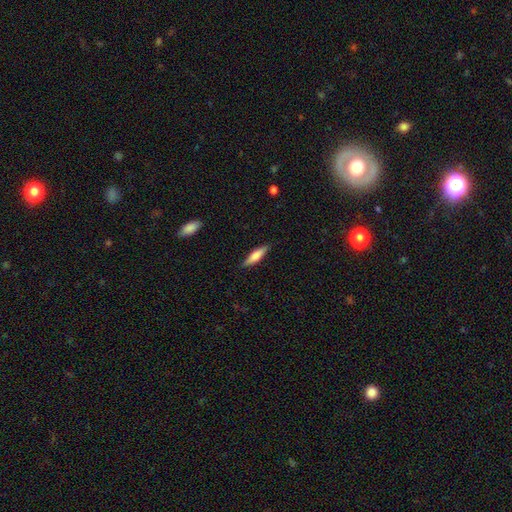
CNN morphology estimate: Smooth or featured? Predicted: smooth (p=0.68). How rounded? Predicted: cigar-shaped (p=0.71). Merging? Predicted: none (p=0.86).